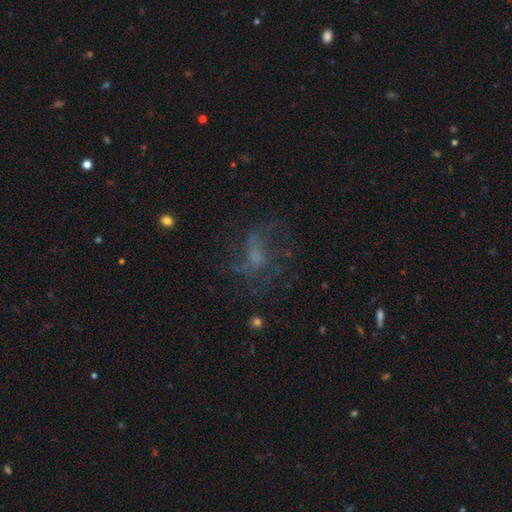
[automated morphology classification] Overall: featured or disk (59%; star or artifact 21%). Edge-on disk: no (96%). Bar: no (61%; weak 32%). Spiral arms: yes (74%). Bulge size: none (40%; small 28%). Merging: none (56%; major disturbance 25%).